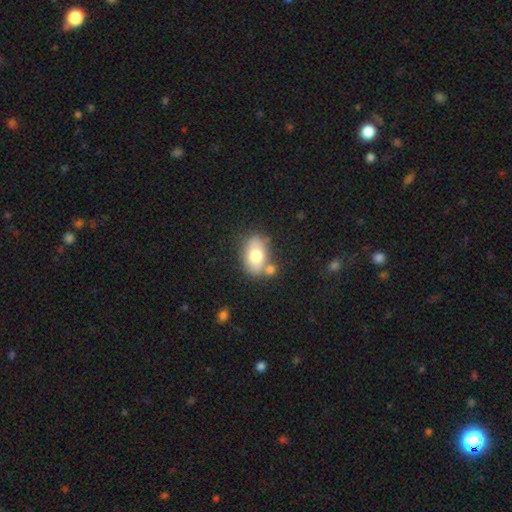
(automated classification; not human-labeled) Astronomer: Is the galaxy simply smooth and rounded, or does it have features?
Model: smooth — 70%.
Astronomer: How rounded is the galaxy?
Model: in between — 86%.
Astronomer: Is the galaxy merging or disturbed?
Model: none — 61%.